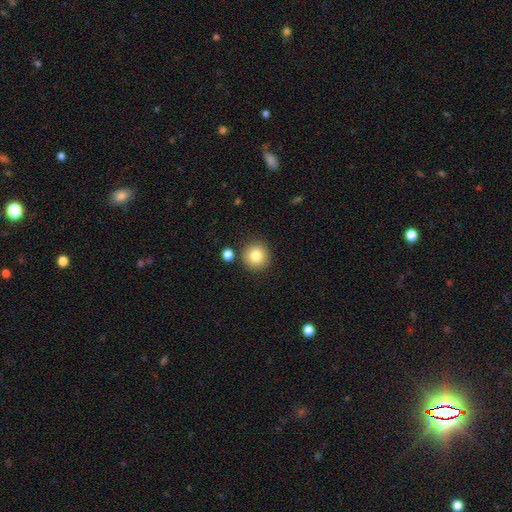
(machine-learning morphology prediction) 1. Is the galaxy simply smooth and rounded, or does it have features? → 82% smooth, 10% star or artifact, 8% featured or disk.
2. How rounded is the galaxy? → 94% round, 5% in between, 1% cigar-shaped.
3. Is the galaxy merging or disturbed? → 84% none, 8% minor disturbance, 5% merger, 2% major disturbance.